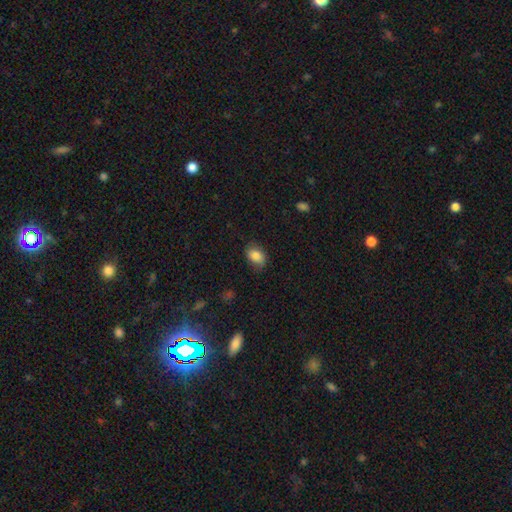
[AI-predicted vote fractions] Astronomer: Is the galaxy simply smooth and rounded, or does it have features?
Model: smooth — 84%.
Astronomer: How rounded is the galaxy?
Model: in between — 79%.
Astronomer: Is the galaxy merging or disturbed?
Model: none — 76%.